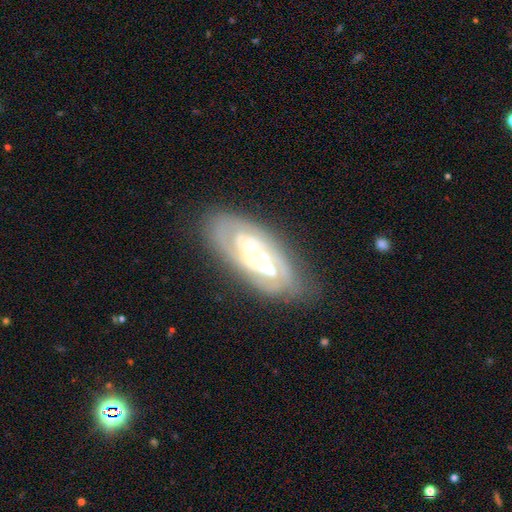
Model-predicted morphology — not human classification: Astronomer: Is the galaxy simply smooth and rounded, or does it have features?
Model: featured or disk — 79%.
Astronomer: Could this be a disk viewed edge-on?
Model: no — 92%.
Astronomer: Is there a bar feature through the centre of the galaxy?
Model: no — 64%.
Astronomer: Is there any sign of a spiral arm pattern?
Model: yes — 86%.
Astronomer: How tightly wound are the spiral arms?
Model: tight — 65%.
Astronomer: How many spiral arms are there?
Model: can't tell — 38% (runner-up: 2, 35%).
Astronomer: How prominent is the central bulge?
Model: small — 64%.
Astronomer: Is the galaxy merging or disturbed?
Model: none — 69%.